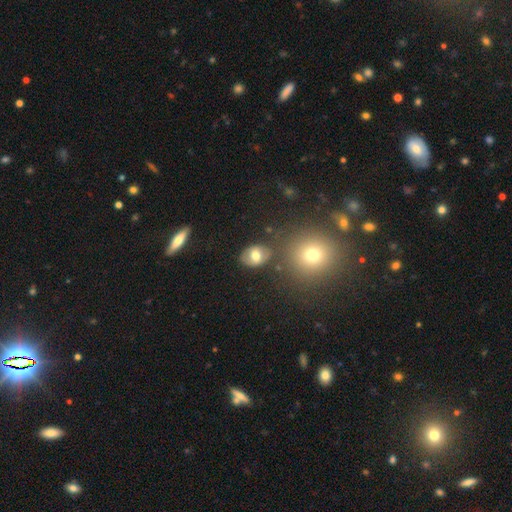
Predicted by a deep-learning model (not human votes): A smooth galaxy with no disk features (67%) that is in between round and cigar-shaped (65%).

Vote fractions:
- Smooth or featured? smooth: 67% / featured or disk: 22% / star or artifact: 10%
- How rounded? in between: 65% / round: 34% / cigar-shaped: 1%
- Merging? none: 77% / minor disturbance: 13% / merger: 6% / major disturbance: 4%